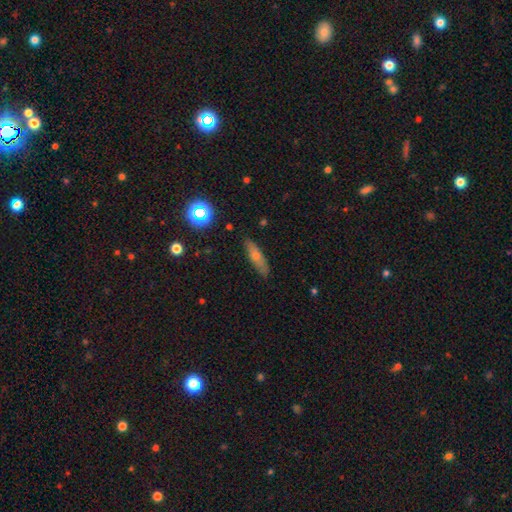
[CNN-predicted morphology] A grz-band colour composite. It shows a smooth galaxy with no disk features (56%) that is cigar-shaped (62%). Merging: none (85%).